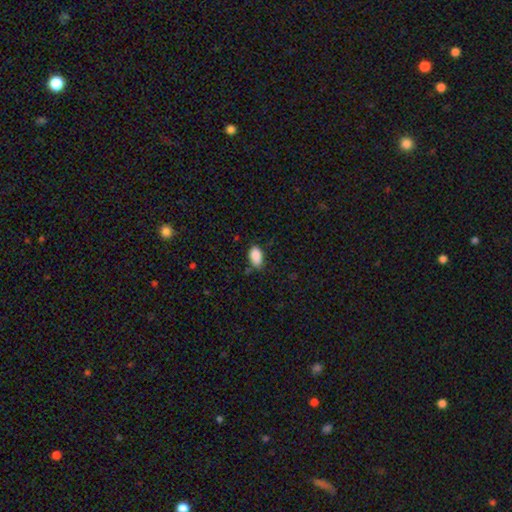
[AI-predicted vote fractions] The model was most divided on "merging": none: 74%, minor disturbance: 20%, major disturbance: 3%, merger: 2%. More confident: how rounded — in between (92%); smooth or featured — smooth (88%).